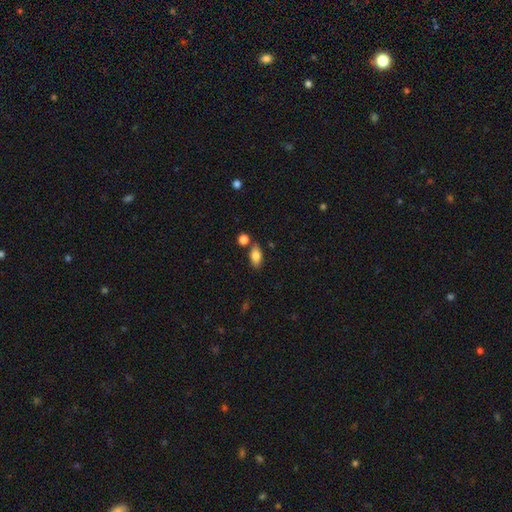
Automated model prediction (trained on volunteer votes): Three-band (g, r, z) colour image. It shows a smooth galaxy with no disk features (82%) that is in between round and cigar-shaped (88%). Merging: none (72%).